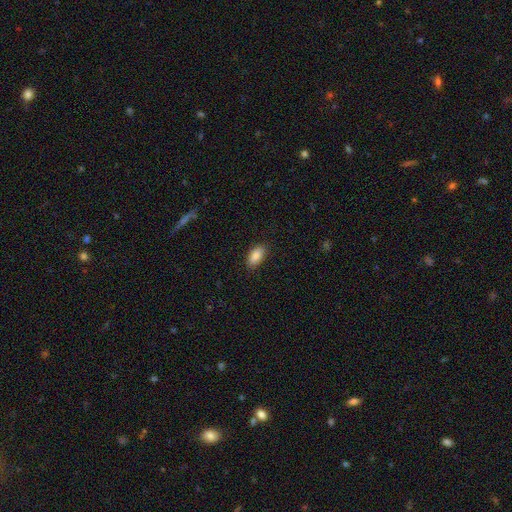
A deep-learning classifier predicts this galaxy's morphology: Smooth or featured: smooth — 88% (star or artifact — 7%)
How rounded: in between — 92% (cigar-shaped — 4%)
Merging: none — 87% (minor disturbance — 10%)